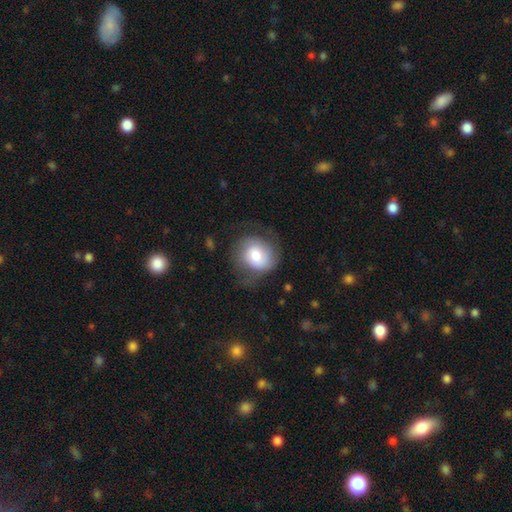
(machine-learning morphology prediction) A smooth galaxy with no disk features (63%) that is round (73%). Merging: none (59%).